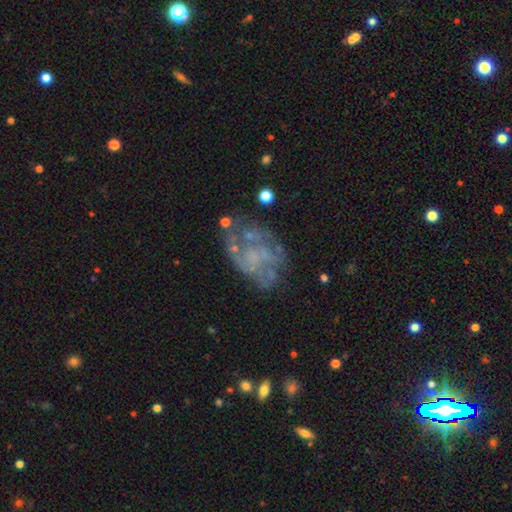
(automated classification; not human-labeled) Overall: featured or disk (70%). Edge-on disk: no (98%). Bar: no (86%). Spiral arms: no (60%; yes 40%). Bulge size: none (68%). Merging: none (51%; major disturbance 23%).